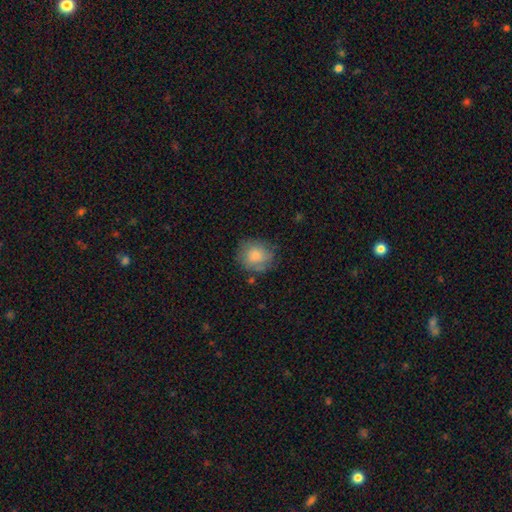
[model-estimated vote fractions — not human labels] Smooth or featured: smooth — 79% (featured or disk — 14%)
How rounded: round — 79% (in between — 20%)
Merging: none — 69% (minor disturbance — 21%)